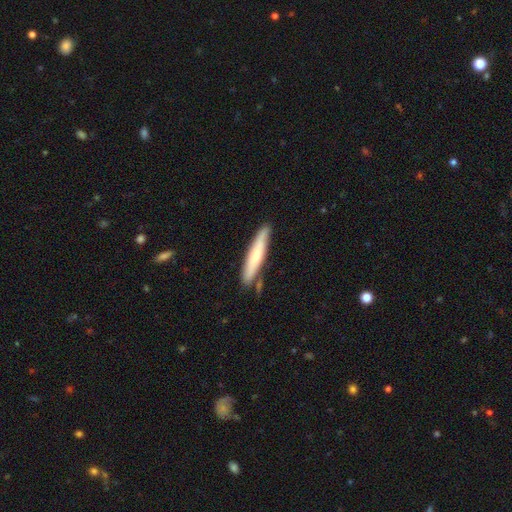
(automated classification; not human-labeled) Overall: smooth (59%; featured or disk 36%). How rounded: cigar-shaped (91%). Merging: none (79%).